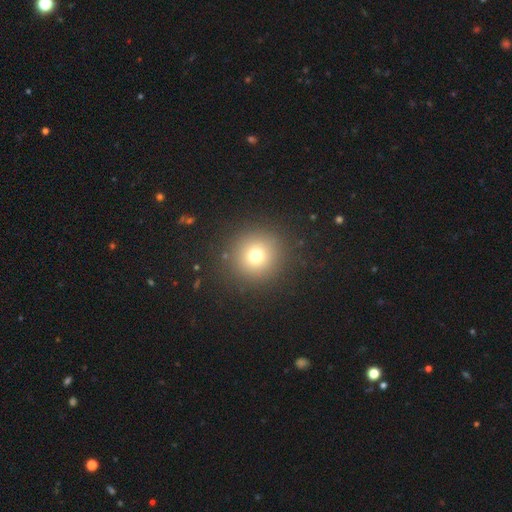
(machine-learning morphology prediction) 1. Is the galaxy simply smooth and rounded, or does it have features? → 72% smooth, 17% star or artifact, 10% featured or disk.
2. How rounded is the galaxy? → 94% round, 5% in between, 1% cigar-shaped.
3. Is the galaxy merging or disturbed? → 89% none, 6% minor disturbance, 4% major disturbance, 1% merger.